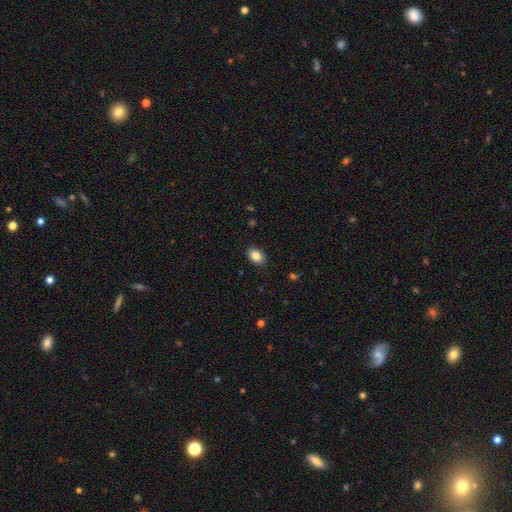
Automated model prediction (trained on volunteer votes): This is clearly a smooth galaxy (86%). How rounded: clearly in between (81%). Merging: clearly none (88%).